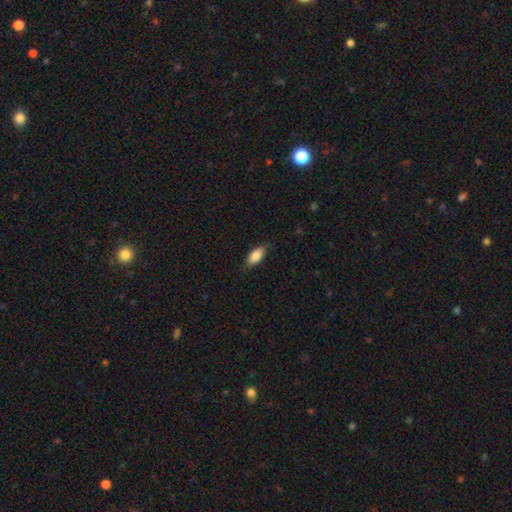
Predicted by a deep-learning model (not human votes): A smooth galaxy with no disk features (84%) that is in between round and cigar-shaped (89%). Merging: none (81%).